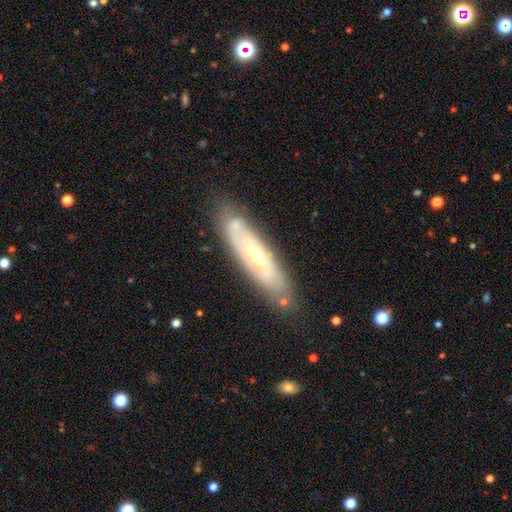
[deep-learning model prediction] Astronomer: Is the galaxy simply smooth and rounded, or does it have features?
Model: featured or disk — 69%.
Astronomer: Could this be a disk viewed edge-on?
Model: no — 66%.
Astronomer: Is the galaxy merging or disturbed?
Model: none — 78%.